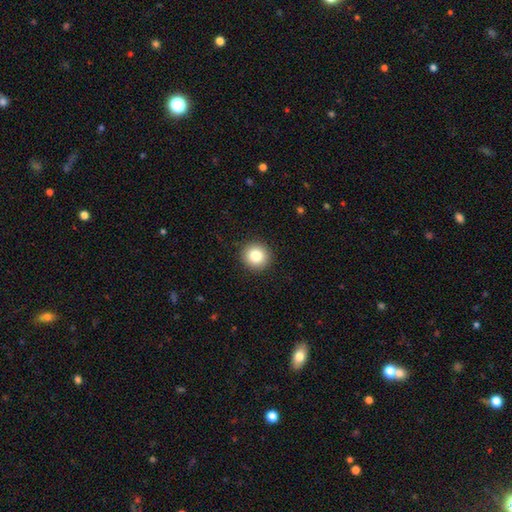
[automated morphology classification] Smooth or featured?
  - smooth: 83% *
  - star or artifact: 10%
  - featured or disk: 7%
How rounded?
  - round: 93% *
  - in between: 6%
  - cigar-shaped: 1%
Merging?
  - none: 92% *
  - minor disturbance: 5%
  - major disturbance: 2%
  - merger: 1%